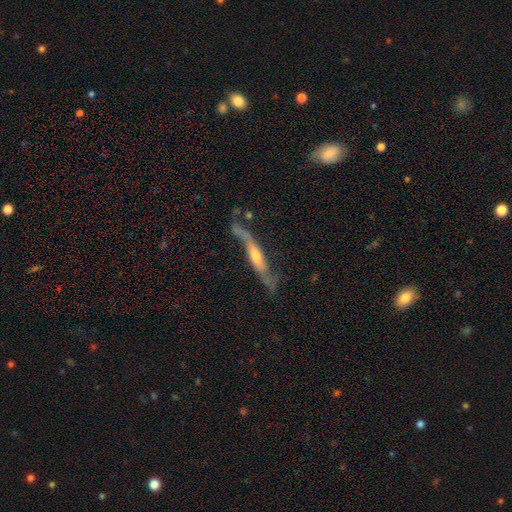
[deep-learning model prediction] A featured or disk galaxy (78%) viewed edge-on (63%).

Vote fractions:
- Smooth or featured? featured or disk: 78% / smooth: 15% / star or artifact: 7%
- Edge-on disk? yes: 63% / no: 37%
- Merging? none: 61% / minor disturbance: 23% / major disturbance: 13% / merger: 4%